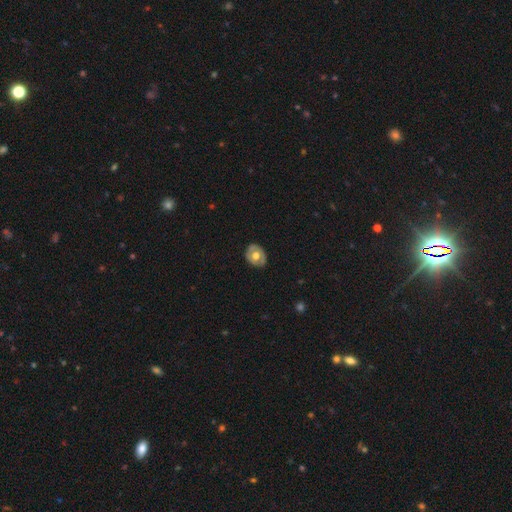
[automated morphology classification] smooth-or-featured: smooth: 51% | featured or disk: 43% | star or artifact: 6%
  how-rounded: in between: 51% | round: 48% | cigar-shaped: 1%
  merging: none: 82% | minor disturbance: 14% | major disturbance: 3% | merger: 1%